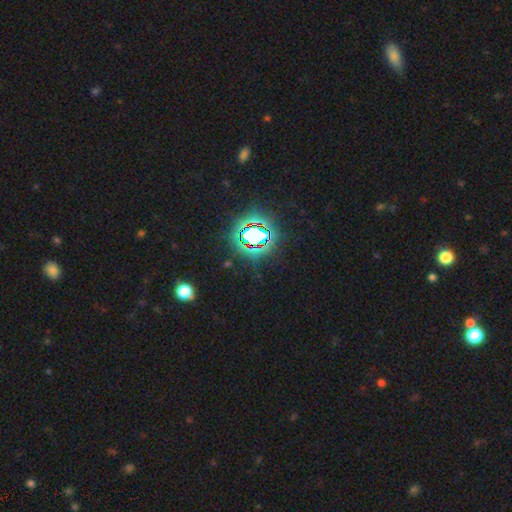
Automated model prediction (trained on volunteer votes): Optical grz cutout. It shows a star or artifact, not a galaxy (81%).